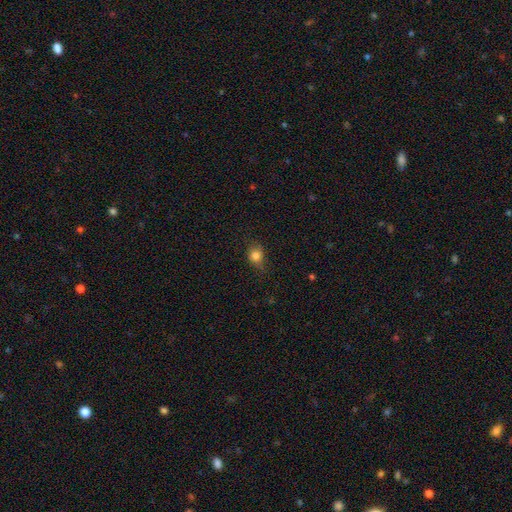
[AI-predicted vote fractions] smooth_or_featured: smooth (p=0.81) [alt: star or artifact p=0.12]
how_rounded: round (p=0.69) [alt: in between p=0.29]
merging: none (p=0.70) [alt: minor disturbance p=0.23]